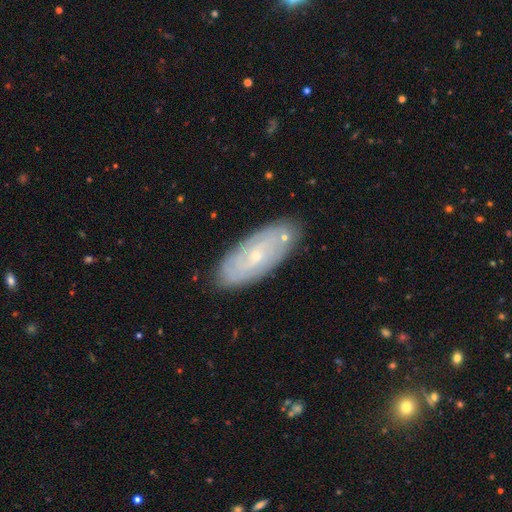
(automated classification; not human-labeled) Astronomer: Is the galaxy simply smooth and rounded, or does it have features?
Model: featured or disk — 62%.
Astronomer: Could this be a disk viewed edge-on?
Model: no — 87%.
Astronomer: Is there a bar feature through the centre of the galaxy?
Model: no — 66%.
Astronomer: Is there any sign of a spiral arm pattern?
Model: yes — 77%.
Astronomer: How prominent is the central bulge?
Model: small — 73%.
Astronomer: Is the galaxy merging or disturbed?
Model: none — 82%.